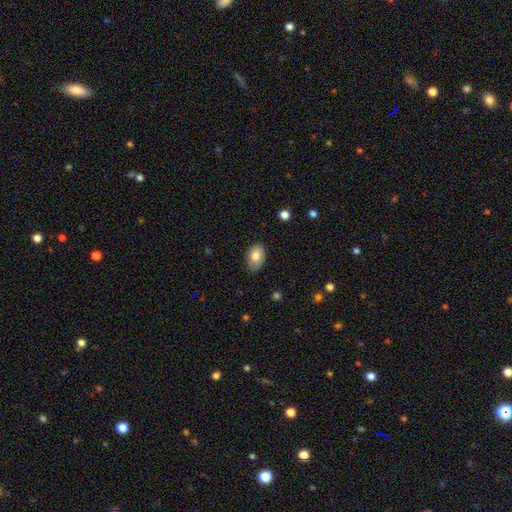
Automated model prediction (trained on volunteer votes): smooth_or_featured: smooth (p=0.81) [alt: featured or disk p=0.12]
how_rounded: in between (p=0.86) [alt: round p=0.13]
merging: none (p=0.74) [alt: minor disturbance p=0.22]